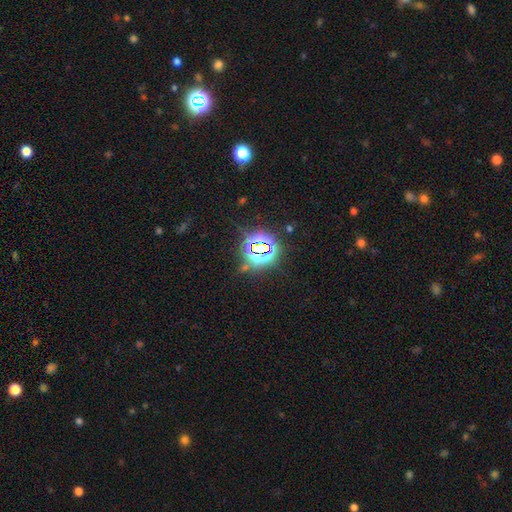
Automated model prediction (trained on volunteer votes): This is clearly a star or artifact rather than a galaxy (81%).